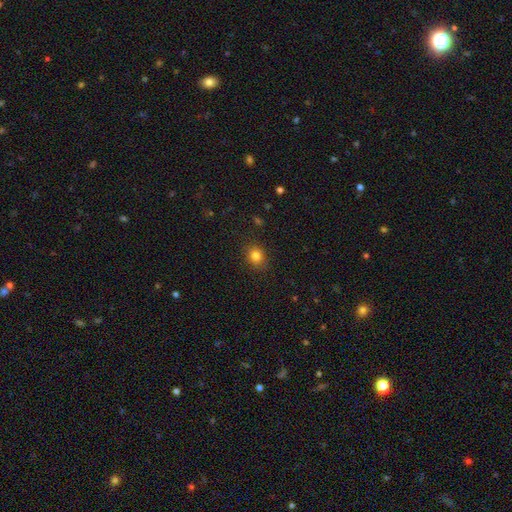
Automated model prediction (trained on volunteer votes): Smooth or featured? smooth (82%)
How rounded? round (66%)
Merging? none (86%)